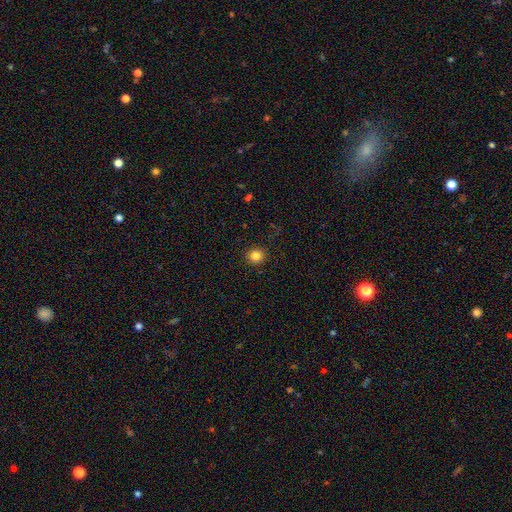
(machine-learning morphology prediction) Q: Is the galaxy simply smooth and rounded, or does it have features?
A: smooth — 83%.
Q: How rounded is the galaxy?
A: round — 92%.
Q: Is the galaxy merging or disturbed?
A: none — 91%.